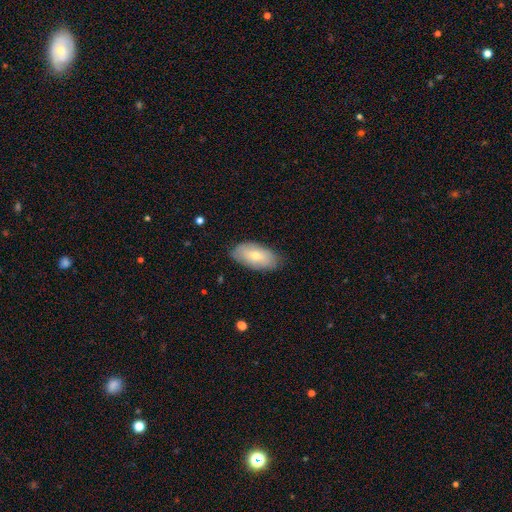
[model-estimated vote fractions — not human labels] Smooth or featured? smooth (66%)
How rounded? in between (94%)
Merging? none (79%)